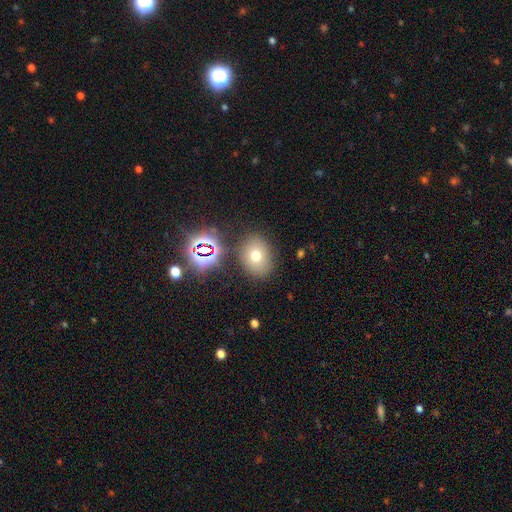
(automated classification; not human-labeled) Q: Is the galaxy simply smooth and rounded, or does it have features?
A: smooth — 68%.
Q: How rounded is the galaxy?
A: in between — 55%.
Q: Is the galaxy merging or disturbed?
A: none — 80%.